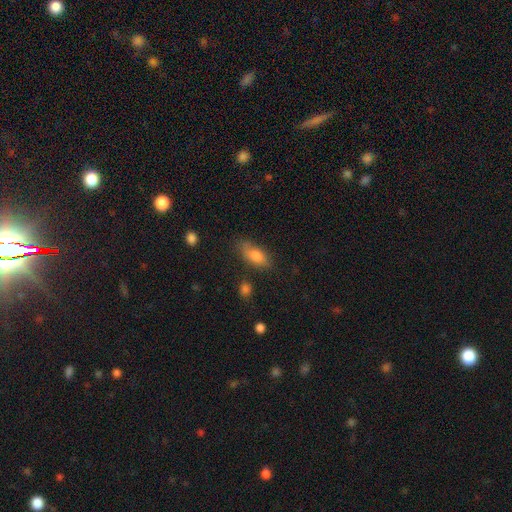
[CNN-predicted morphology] smooth-or-featured: smooth: 79% | featured or disk: 13% | star or artifact: 8%
  how-rounded: in between: 80% | cigar-shaped: 16% | round: 4%
  merging: none: 68% | minor disturbance: 22% | major disturbance: 6% | merger: 4%